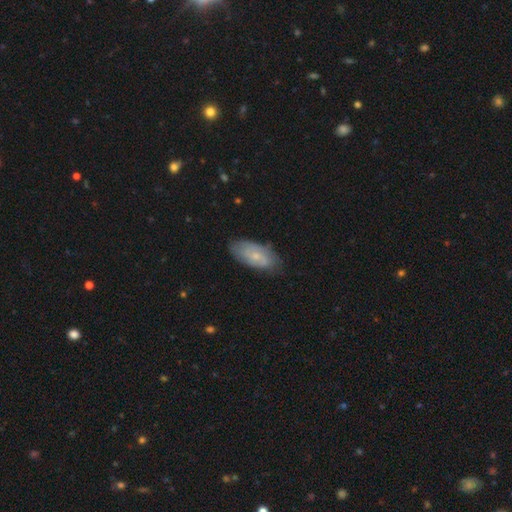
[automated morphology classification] Overall: featured or disk (48%; smooth 45%). Merging: none (72%).